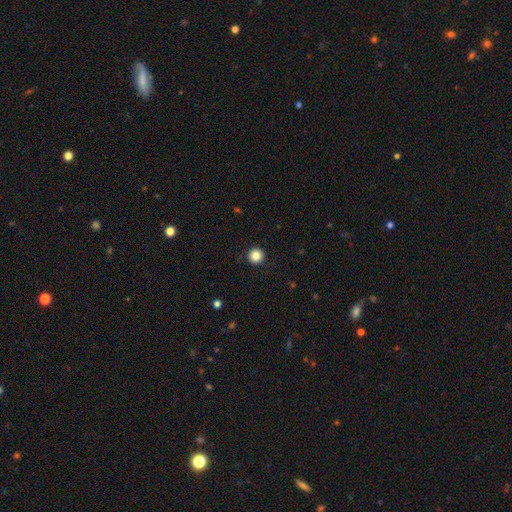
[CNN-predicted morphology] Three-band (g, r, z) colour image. It shows a smooth galaxy with no disk features (85%) that is round (96%). Merging: none (92%).